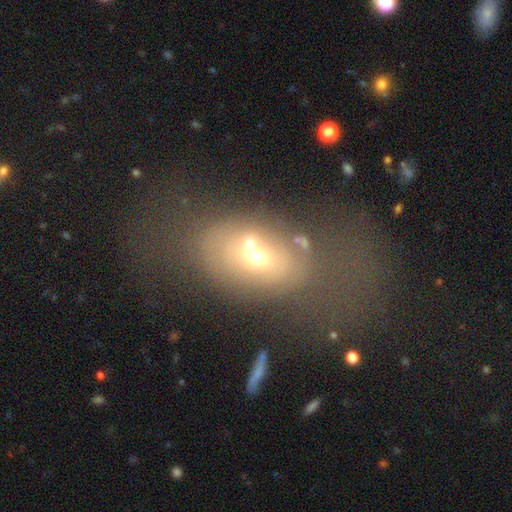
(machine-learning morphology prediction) This appears to be a smooth galaxy with no disk features (44%). Merging: none (32%).